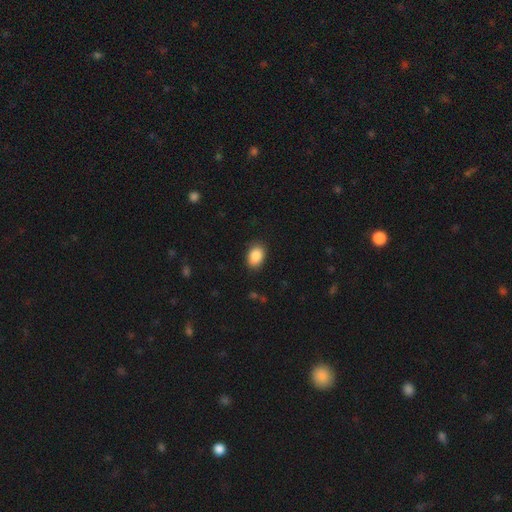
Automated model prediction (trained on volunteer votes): This is clearly a smooth galaxy (88%). How rounded: likely in between (79%). Merging: clearly none (86%).